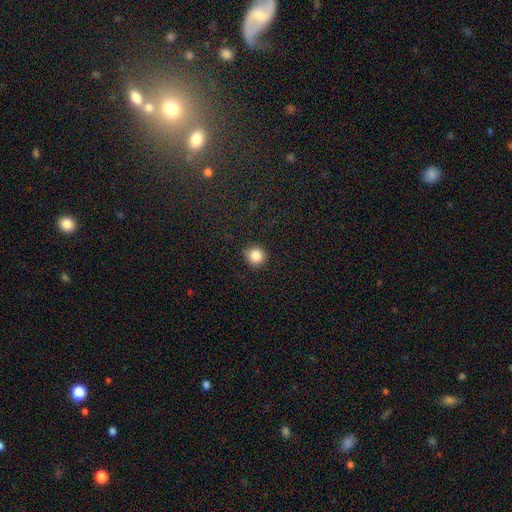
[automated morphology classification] A smooth galaxy with no disk features (85%) that is round (89%).

Vote fractions:
- Smooth or featured? smooth: 85% / star or artifact: 10% / featured or disk: 4%
- How rounded? round: 89% / in between: 11% / cigar-shaped: 1%
- Merging? none: 84% / minor disturbance: 12% / major disturbance: 3% / merger: 1%